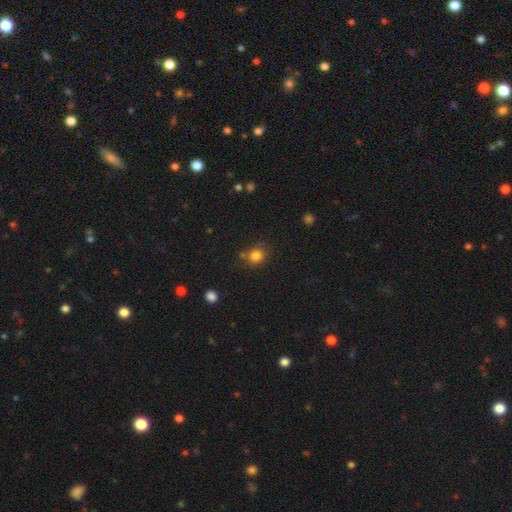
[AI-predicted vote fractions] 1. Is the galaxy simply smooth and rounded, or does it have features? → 82% smooth, 12% star or artifact, 5% featured or disk.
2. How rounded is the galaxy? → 82% round, 17% in between, 1% cigar-shaped.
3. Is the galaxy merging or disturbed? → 70% none, 15% minor disturbance, 10% merger, 5% major disturbance.